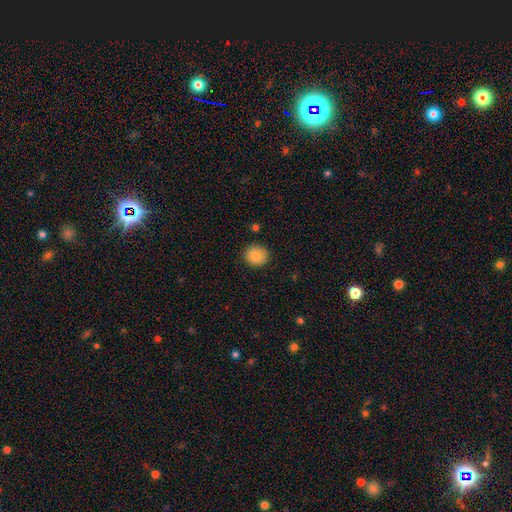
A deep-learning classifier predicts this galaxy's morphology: Smooth or featured?
  - smooth: 85% *
  - star or artifact: 9%
  - featured or disk: 6%
How rounded?
  - round: 86% *
  - in between: 13%
  - cigar-shaped: 1%
Merging?
  - none: 89% *
  - minor disturbance: 7%
  - major disturbance: 2%
  - merger: 1%